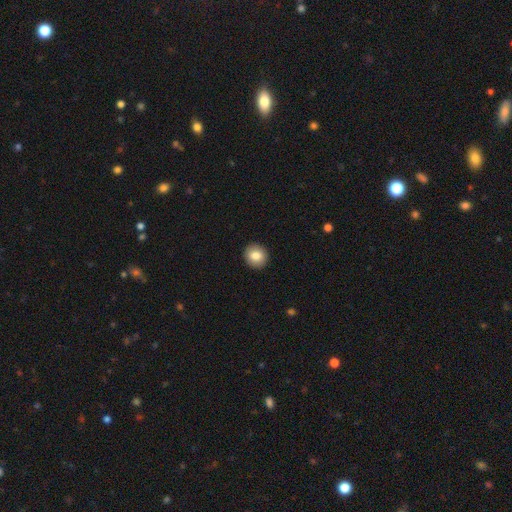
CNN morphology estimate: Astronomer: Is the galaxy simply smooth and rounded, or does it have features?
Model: smooth — 84%.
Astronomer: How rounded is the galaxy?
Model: round — 88%.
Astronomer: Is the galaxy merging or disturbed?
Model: none — 93%.